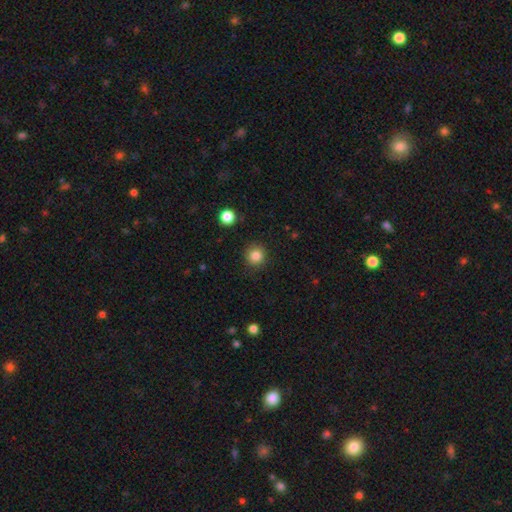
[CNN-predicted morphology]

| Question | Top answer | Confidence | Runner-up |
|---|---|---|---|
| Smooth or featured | smooth | 85% | star or artifact (11%) |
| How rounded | round | 93% | in between (6%) |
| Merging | none | 89% | minor disturbance (7%) |